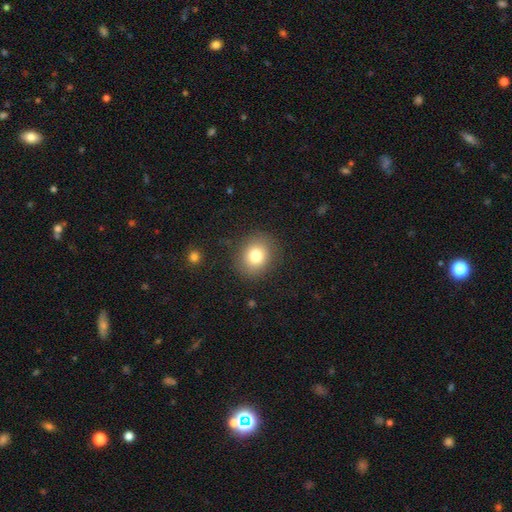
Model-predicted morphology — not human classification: Overall: smooth (80%). How rounded: round (63%; in between 36%). Merging: none (86%).